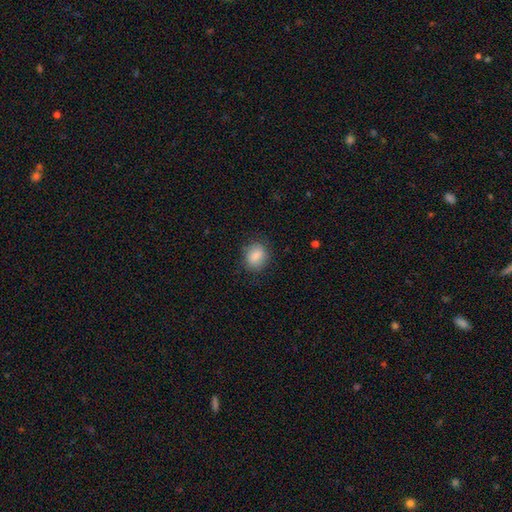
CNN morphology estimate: type=smooth (87%); roundness=round (55%); merging=none (83%).